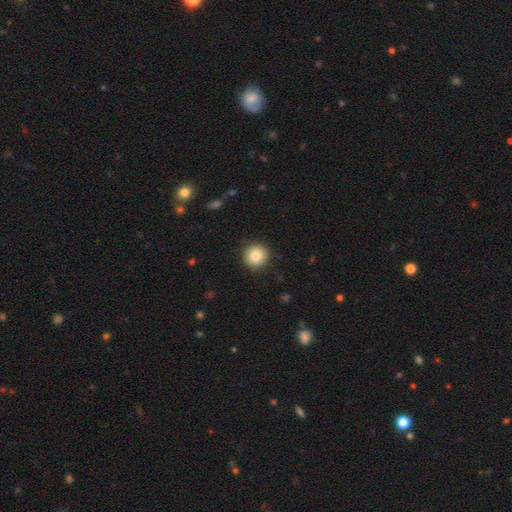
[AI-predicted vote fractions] A smooth galaxy with no disk features (86%) that is round (95%).

Vote fractions:
- Smooth or featured? smooth: 86% / star or artifact: 8% / featured or disk: 6%
- How rounded? round: 95% / in between: 4% / cigar-shaped: 1%
- Merging? none: 91% / minor disturbance: 6% / major disturbance: 2% / merger: 1%